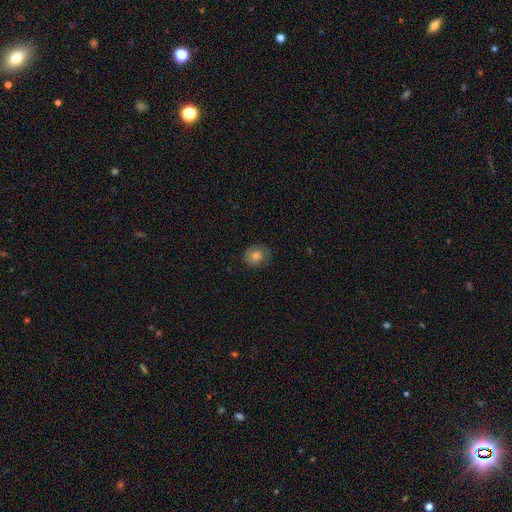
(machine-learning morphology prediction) Overall: smooth (70%). How rounded: round (77%). Merging: none (78%).